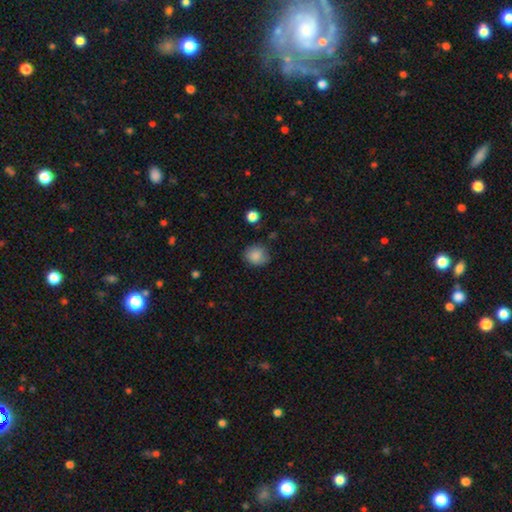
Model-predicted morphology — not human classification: smooth_or_featured: smooth (p=0.86) [alt: star or artifact p=0.09]
how_rounded: round (p=0.70) [alt: in between p=0.29]
merging: none (p=0.73) [alt: minor disturbance p=0.20]